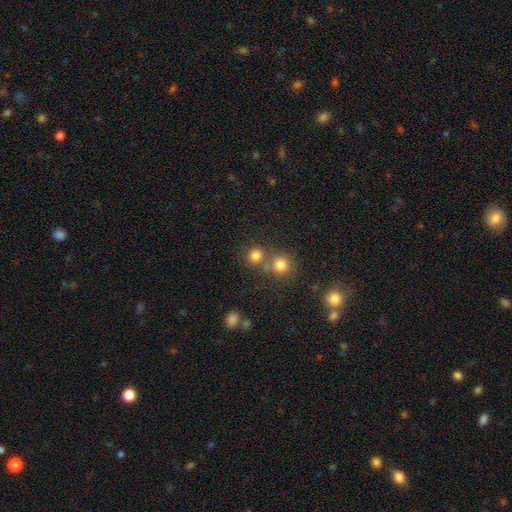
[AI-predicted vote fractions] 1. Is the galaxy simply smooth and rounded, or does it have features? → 79% smooth, 15% star or artifact, 7% featured or disk.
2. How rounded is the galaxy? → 85% round, 14% in between, 1% cigar-shaped.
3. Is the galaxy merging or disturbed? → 60% none, 28% merger, 8% minor disturbance, 4% major disturbance.